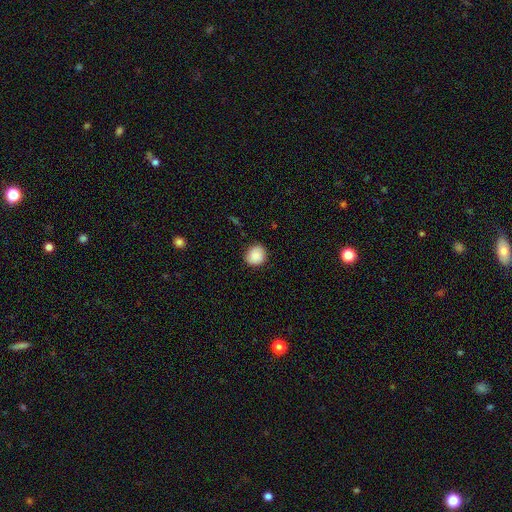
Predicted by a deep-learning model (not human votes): smooth 87%, star or artifact 8%, featured or disk 6%. Down the decision tree: how rounded — round (77%); merging — none (85%).